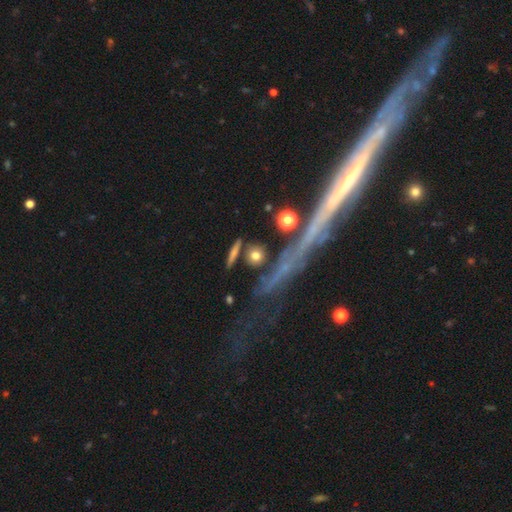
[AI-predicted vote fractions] Smooth or featured? smooth (69%)
How rounded? round (50%)
Merging? none (81%)